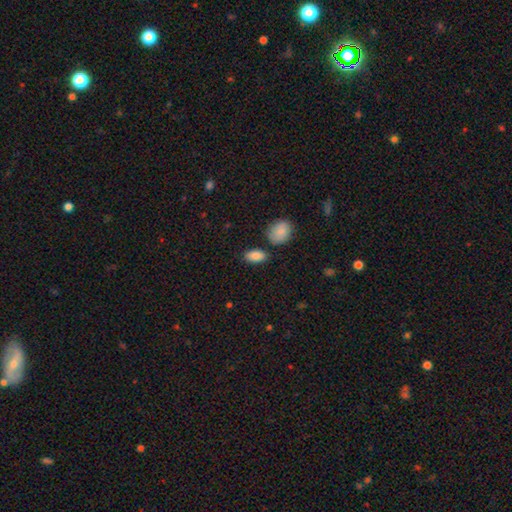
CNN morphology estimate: Smooth or featured? smooth (88%)
How rounded? in between (92%)
Merging? none (79%)